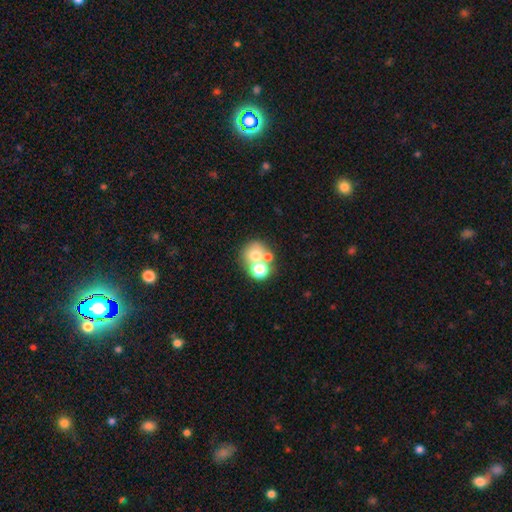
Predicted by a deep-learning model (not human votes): smooth 63%, featured or disk 21%, star or artifact 16%. Down the decision tree: how rounded — round (78%); merging — merger (51%).